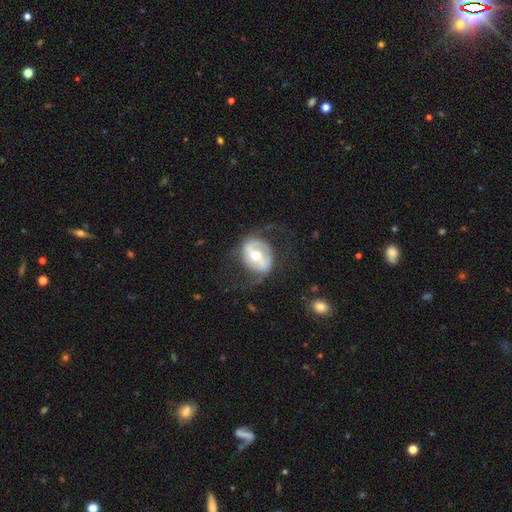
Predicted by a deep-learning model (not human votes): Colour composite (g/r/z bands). It shows a featured or disk galaxy (70%) with a strong bar (39%), spiral arms (65%) and a moderate central bulge (70%). Merging: none (56%).